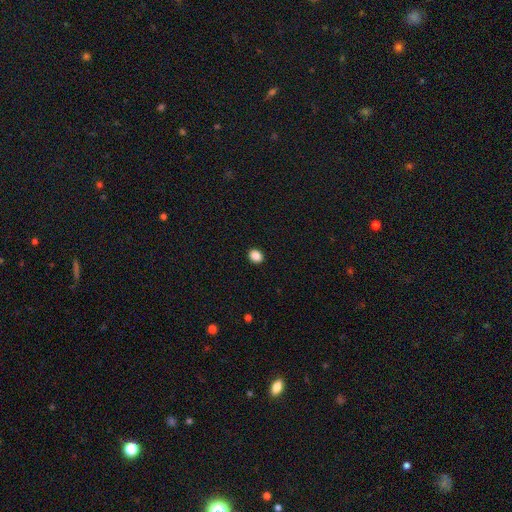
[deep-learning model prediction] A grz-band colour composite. It shows a smooth galaxy with no disk features (87%) that is round (50%). Merging: none (92%).